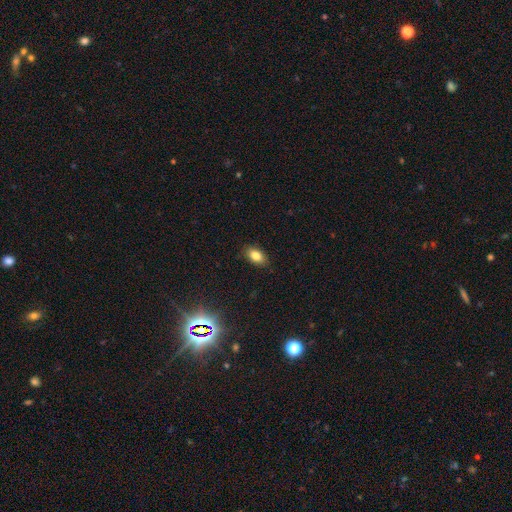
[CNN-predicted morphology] This is clearly a smooth galaxy (83%). How rounded: clearly in between (89%). Merging: clearly none (87%).